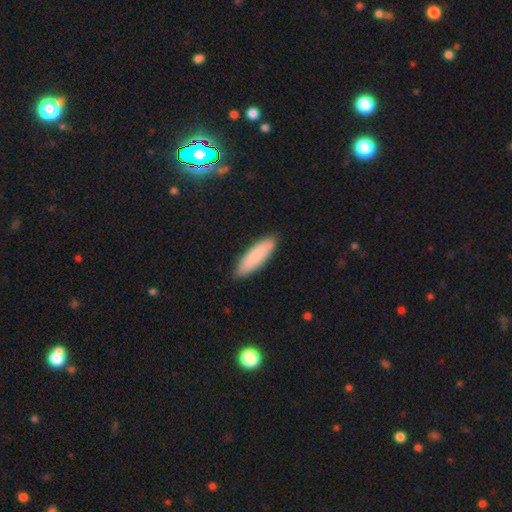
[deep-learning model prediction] smooth-or-featured: smooth: 85% | featured or disk: 9% | star or artifact: 6%
  how-rounded: cigar-shaped: 54% | in between: 44% | round: 2%
  merging: none: 88% | minor disturbance: 9% | major disturbance: 2% | merger: 1%